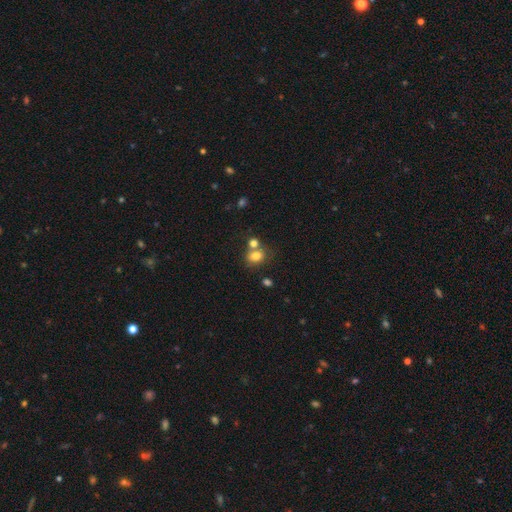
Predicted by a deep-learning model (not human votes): smooth 78%, star or artifact 12%, featured or disk 10%. Down the decision tree: how rounded — in between (52%); merging — none (50%).